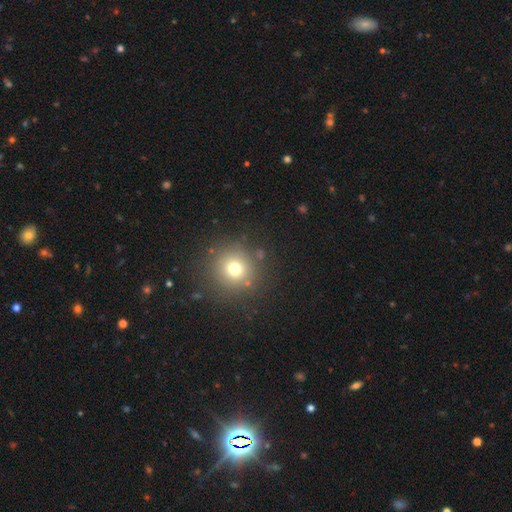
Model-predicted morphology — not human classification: A smooth galaxy with no disk features (60%) that is round (94%). Merging: none (88%).